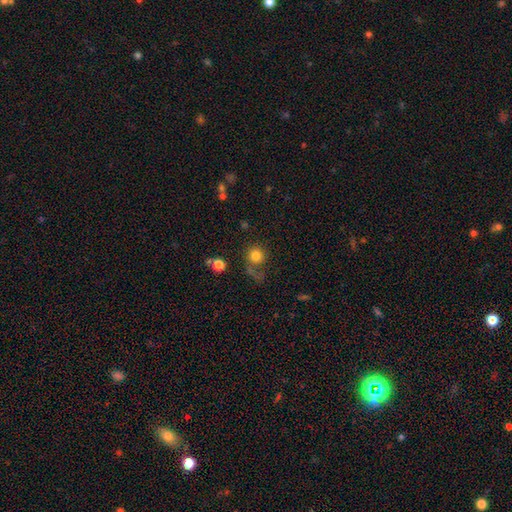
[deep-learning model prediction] A smooth galaxy with no disk features (79%) that is round (89%). Merging: none (55%).